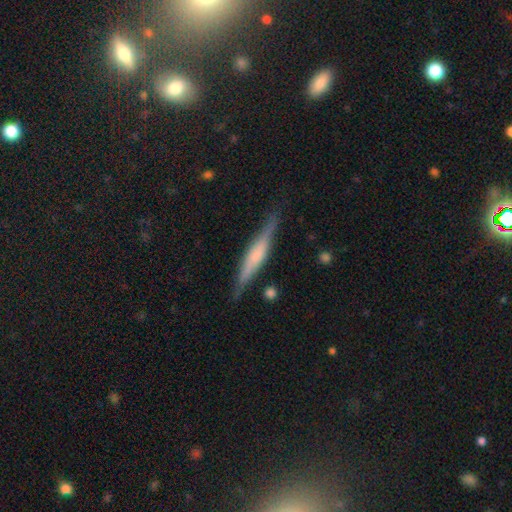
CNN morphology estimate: Smooth or featured? Predicted: featured or disk (p=0.60). Edge-on disk? Predicted: yes (p=0.96). Edge-on bulge? Predicted: rounded (p=0.42). Merging? Predicted: none (p=0.84).